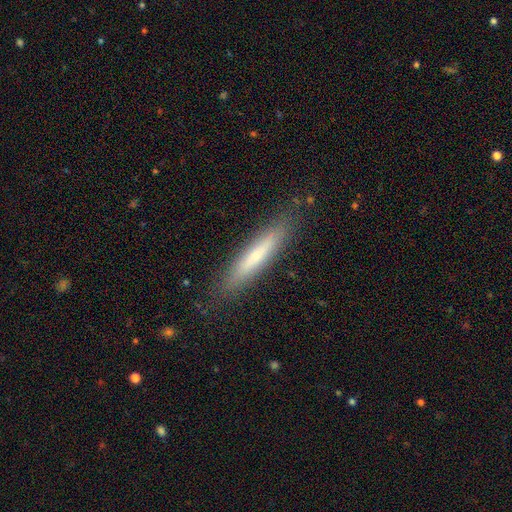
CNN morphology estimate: smooth 60%, featured or disk 33%, star or artifact 7%. Down the decision tree: how rounded — cigar-shaped (91%); merging — none (87%).